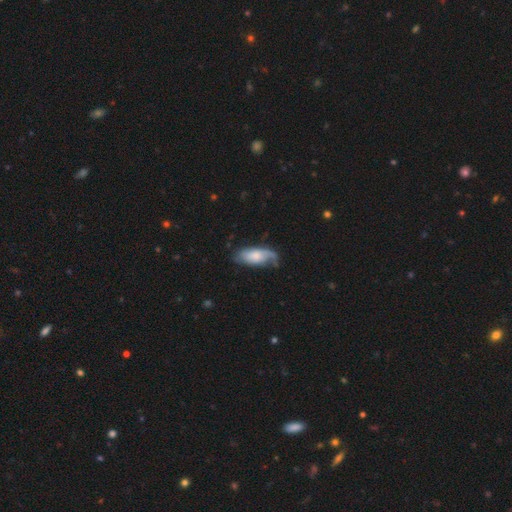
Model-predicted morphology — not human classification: This appears to be a featured or disk galaxy (49%). Merging: none (50%).